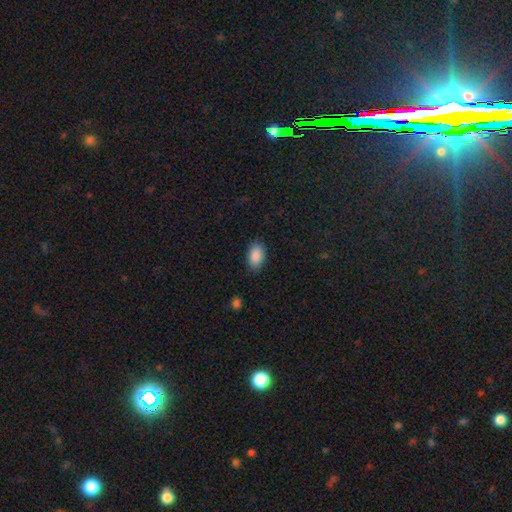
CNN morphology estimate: This is clearly a smooth galaxy (89%). How rounded: clearly in between (93%). Merging: clearly none (85%).